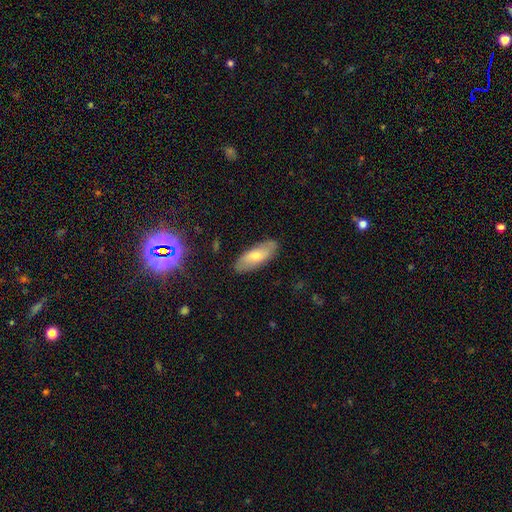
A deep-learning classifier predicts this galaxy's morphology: A smooth galaxy with no disk features (55%) that is in between round and cigar-shaped (72%).

Vote fractions:
- Smooth or featured? smooth: 55% / featured or disk: 35% / star or artifact: 11%
- How rounded? in between: 72% / cigar-shaped: 25% / round: 3%
- Merging? none: 83% / minor disturbance: 13% / major disturbance: 3% / merger: 1%